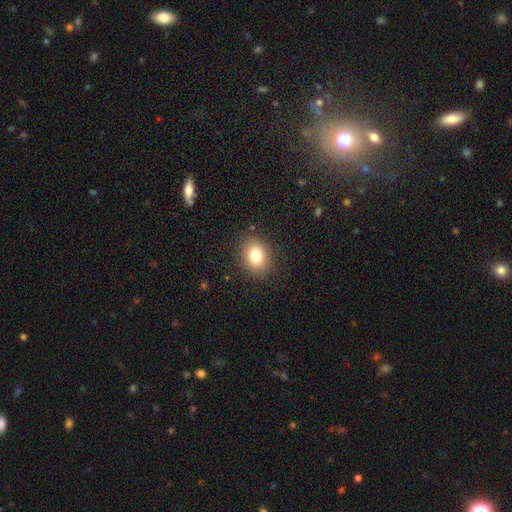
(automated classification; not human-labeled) smooth_or_featured: smooth (p=0.80) [alt: star or artifact p=0.11]
how_rounded: in between (p=0.51) [alt: round p=0.48]
merging: none (p=0.87) [alt: minor disturbance p=0.09]